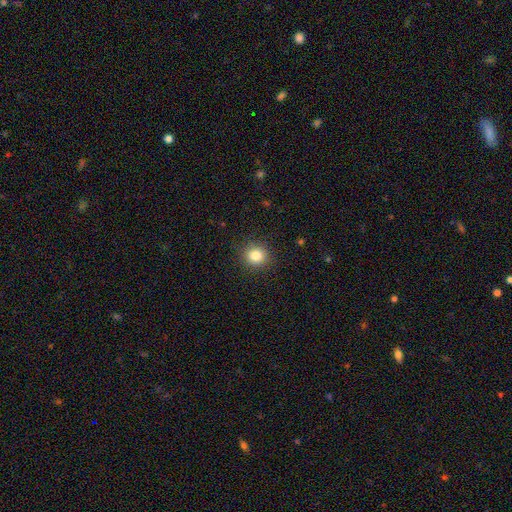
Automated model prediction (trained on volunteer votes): Smooth or featured? Predicted: smooth (p=0.83). How rounded? Predicted: round (p=0.89). Merging? Predicted: none (p=0.90).